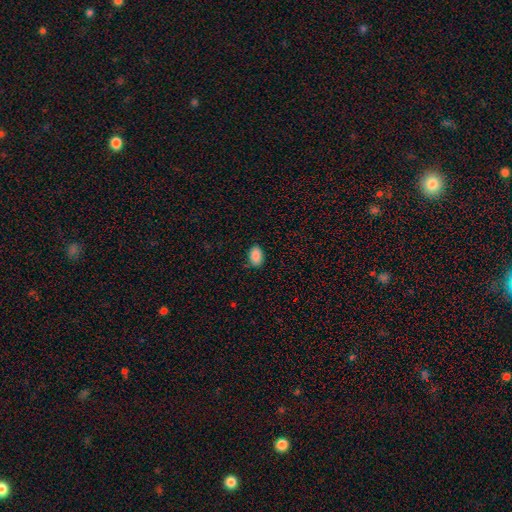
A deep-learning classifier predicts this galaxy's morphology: Smooth or featured?
  - smooth: 88% *
  - star or artifact: 8%
  - featured or disk: 4%
How rounded?
  - in between: 90% *
  - round: 9%
  - cigar-shaped: 1%
Merging?
  - none: 83% *
  - minor disturbance: 13%
  - major disturbance: 3%
  - merger: 1%